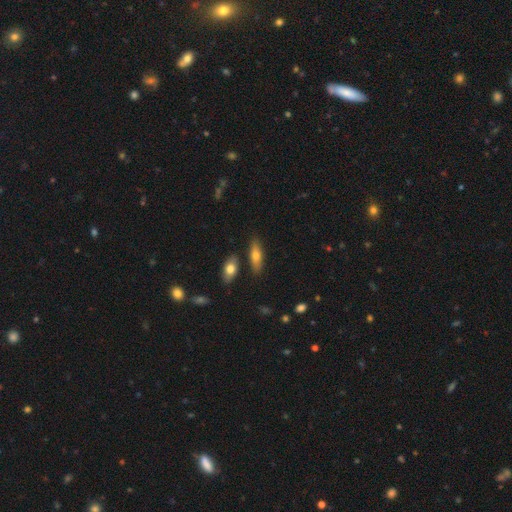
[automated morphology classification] Smooth or featured? Predicted: smooth (p=0.64). How rounded? Predicted: in between (p=0.53). Merging? Predicted: none (p=0.81).